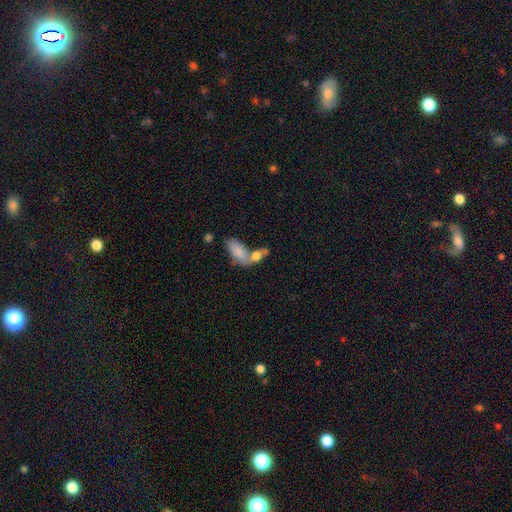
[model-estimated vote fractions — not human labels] This is likely a smooth galaxy (66%). How rounded: clearly in between (82%). Merging: possibly merger (48%).